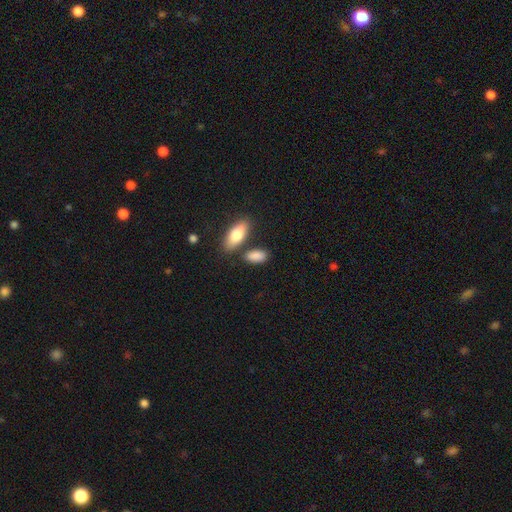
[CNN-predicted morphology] This is clearly a smooth galaxy (87%). How rounded: clearly in between (86%). Merging: likely none (69%).